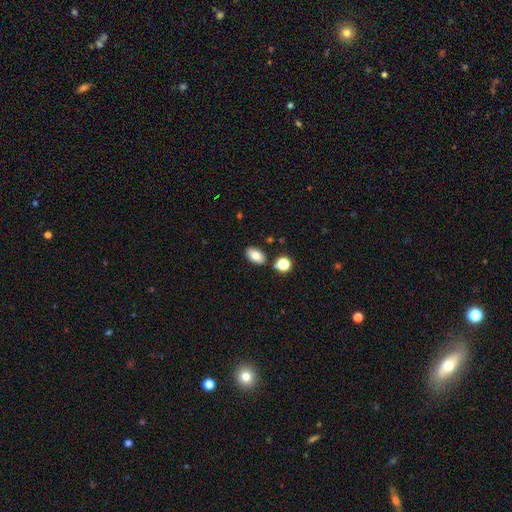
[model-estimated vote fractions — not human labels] smooth_or_featured: smooth (p=0.80) [alt: featured or disk p=0.11]
how_rounded: in between (p=0.90) [alt: round p=0.08]
merging: none (p=0.83) [alt: minor disturbance p=0.09]